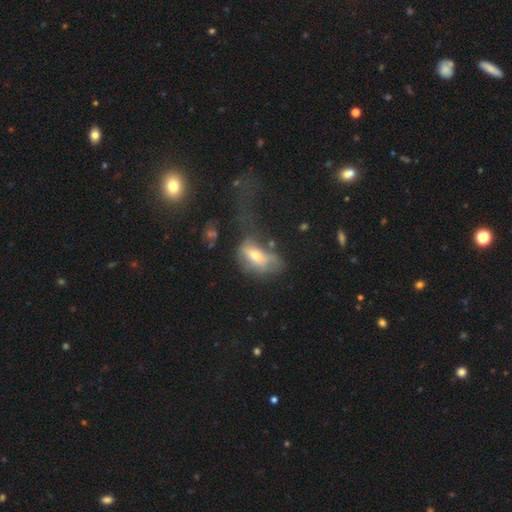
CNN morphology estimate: Smooth or featured?
  - smooth: 50% *
  - featured or disk: 40%
  - star or artifact: 11%
Merging?
  - major disturbance: 54% *
  - none: 18%
  - minor disturbance: 18%
  - merger: 10%